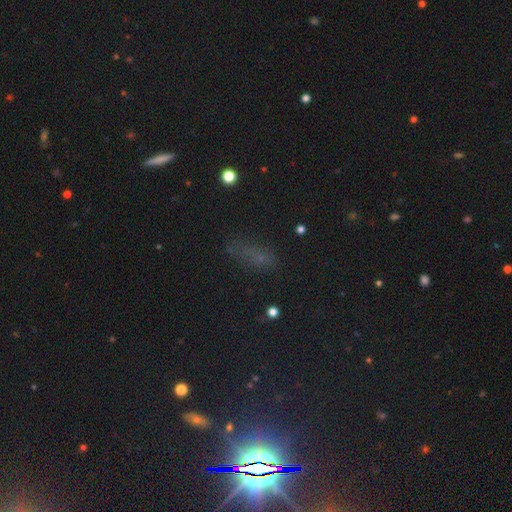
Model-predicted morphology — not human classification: smooth_or_featured: smooth (p=0.47) [alt: star or artifact p=0.39]
merging: none (p=0.62) [alt: minor disturbance p=0.22]